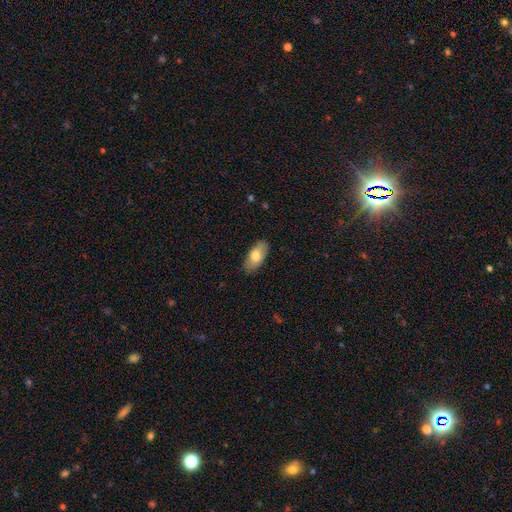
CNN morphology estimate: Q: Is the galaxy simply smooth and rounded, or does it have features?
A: smooth — 76%.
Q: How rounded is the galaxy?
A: in between — 91%.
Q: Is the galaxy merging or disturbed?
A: none — 84%.